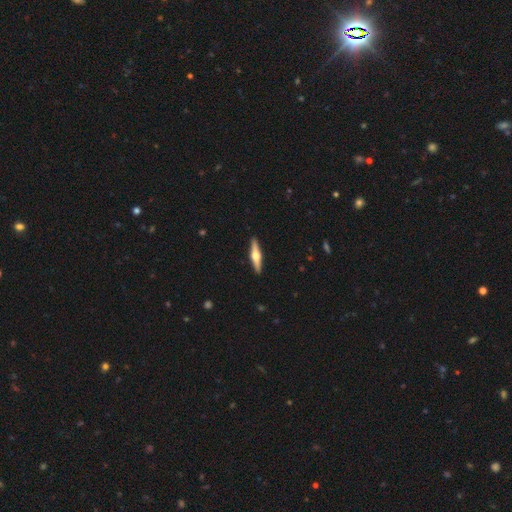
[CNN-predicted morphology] This is likely a featured or disk galaxy (71%). It is clearly viewed edge-on (98%). Edge-on bulge: clearly rounded (95%). Merging: clearly none (92%).